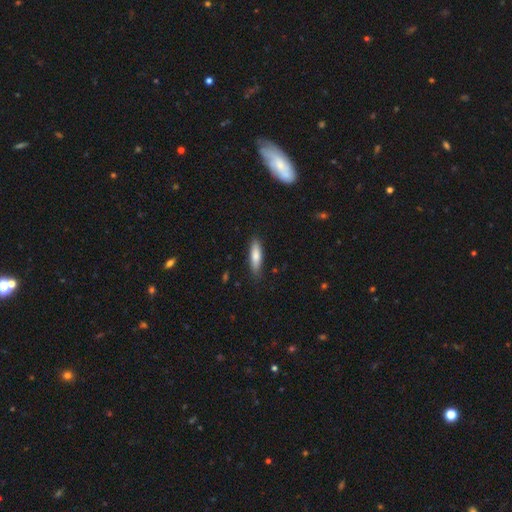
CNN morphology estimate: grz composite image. It shows a smooth galaxy with no disk features (77%) that is cigar-shaped (61%). Merging: none (83%).